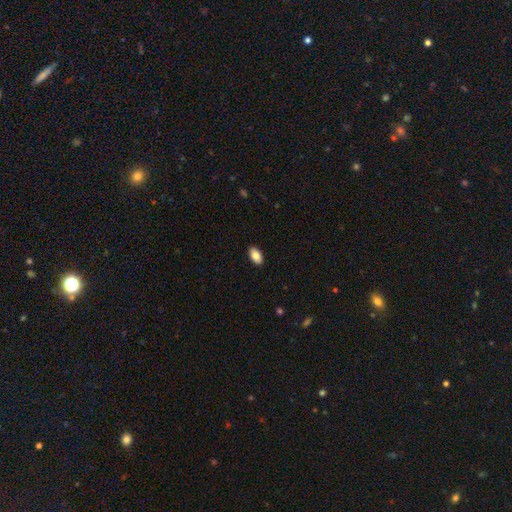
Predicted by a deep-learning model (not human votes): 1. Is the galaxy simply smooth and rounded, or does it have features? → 85% smooth, 8% featured or disk, 7% star or artifact.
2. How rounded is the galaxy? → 94% in between, 4% round, 2% cigar-shaped.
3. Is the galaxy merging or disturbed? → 90% none, 7% minor disturbance, 2% major disturbance, 1% merger.